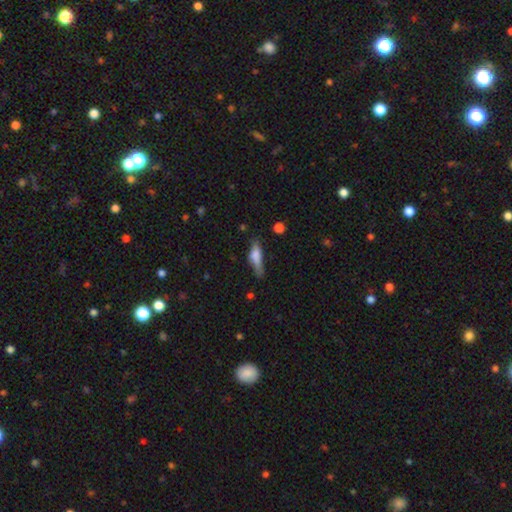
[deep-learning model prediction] Smooth or featured: smooth — 68% (featured or disk — 24%)
How rounded: cigar-shaped — 61% (in between — 37%)
Merging: none — 51% (minor disturbance — 33%)